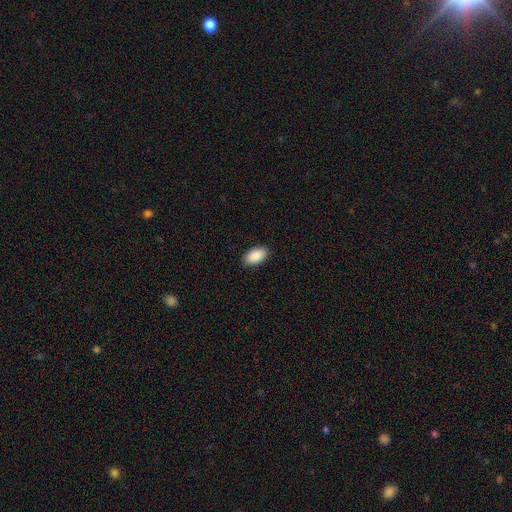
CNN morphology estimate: This appears to be a smooth galaxy with no disk features (91%) that is in between round and cigar-shaped (95%). Merging: none (90%).